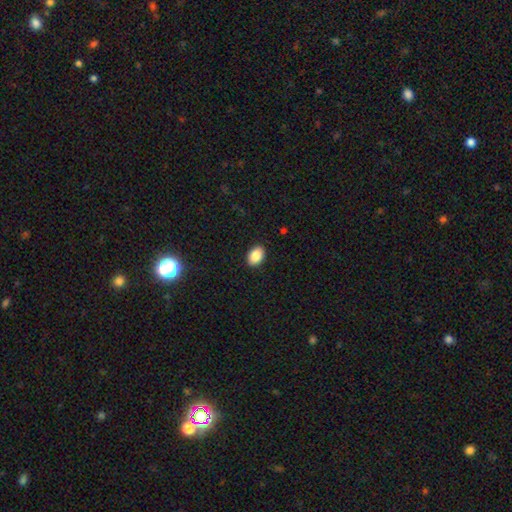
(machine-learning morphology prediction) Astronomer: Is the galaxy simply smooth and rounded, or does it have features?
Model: smooth — 87%.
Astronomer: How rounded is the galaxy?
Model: in between — 84%.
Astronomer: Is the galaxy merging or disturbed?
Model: none — 90%.